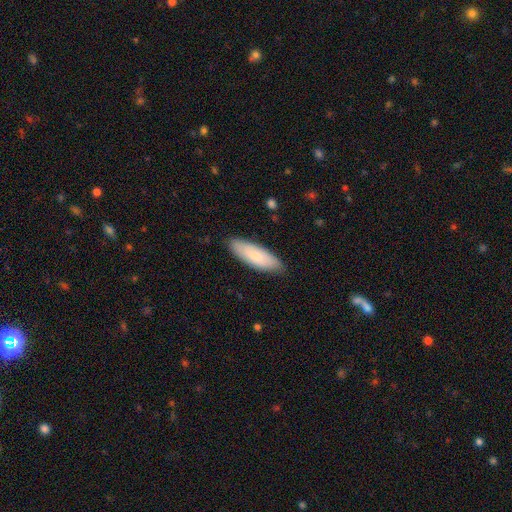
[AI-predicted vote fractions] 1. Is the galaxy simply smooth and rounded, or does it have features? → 77% smooth, 18% featured or disk, 5% star or artifact.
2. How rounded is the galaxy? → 63% in between, 35% cigar-shaped, 2% round.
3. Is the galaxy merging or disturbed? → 84% none, 13% minor disturbance, 2% major disturbance, 1% merger.